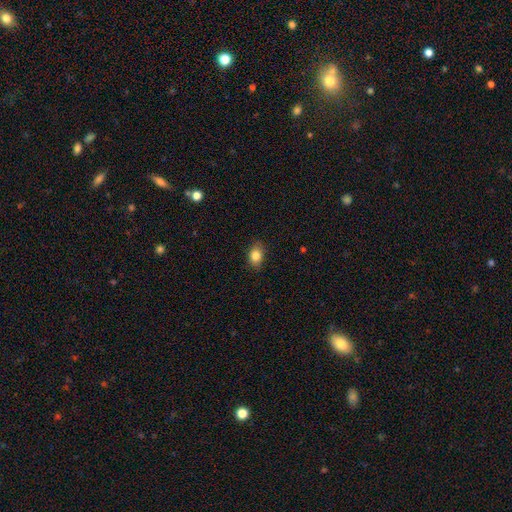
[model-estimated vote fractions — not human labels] smooth_or_featured: smooth (p=0.84) [alt: star or artifact p=0.09]
how_rounded: in between (p=0.70) [alt: round p=0.28]
merging: none (p=0.84) [alt: minor disturbance p=0.13]